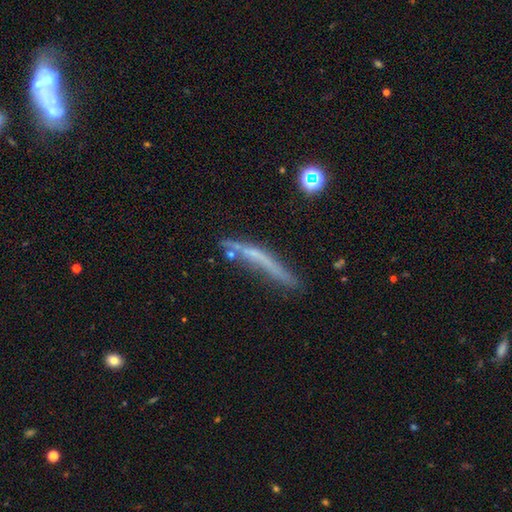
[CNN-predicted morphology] smooth-or-featured: featured or disk: 51% | smooth: 39% | star or artifact: 10%
  disk-edge-on: yes: 85% | no: 15%
  merging: none: 59% | minor disturbance: 24% | major disturbance: 9% | merger: 8%